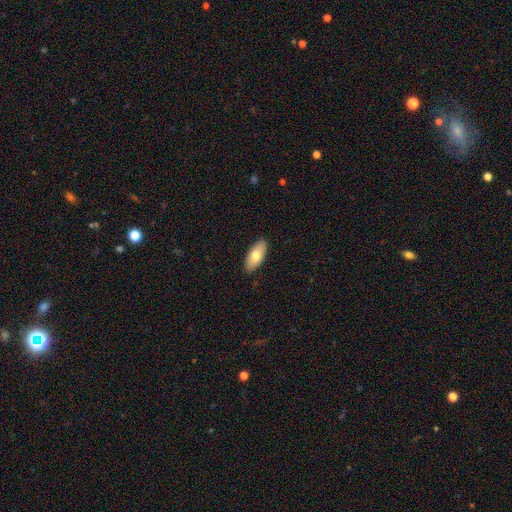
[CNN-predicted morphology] The model was most divided on "smooth or featured": smooth: 73%, featured or disk: 21%, star or artifact: 6%. More confident: merging — none (89%); how rounded — in between (89%).